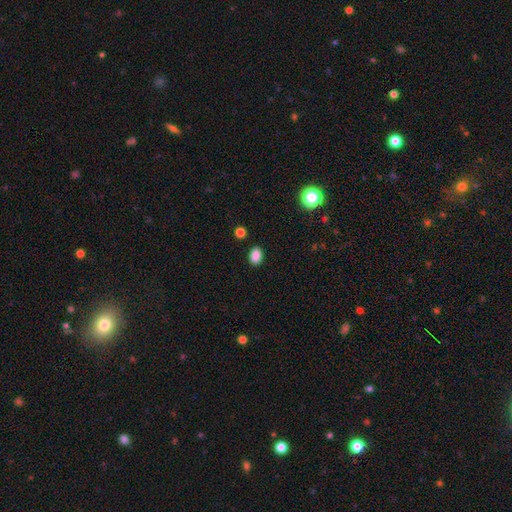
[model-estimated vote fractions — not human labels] smooth_or_featured: smooth (p=0.87) [alt: star or artifact p=0.10]
how_rounded: in between (p=0.79) [alt: round p=0.20]
merging: none (p=0.88) [alt: minor disturbance p=0.08]